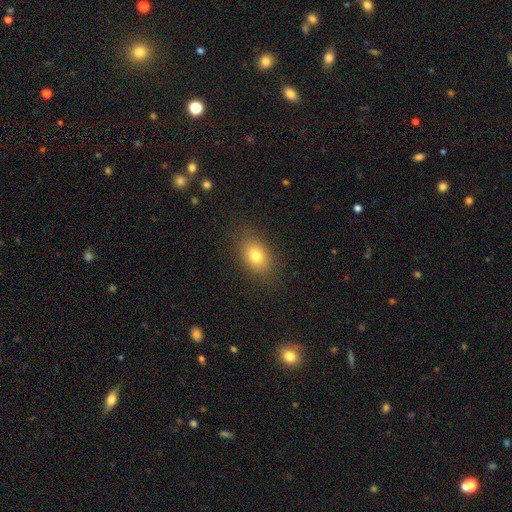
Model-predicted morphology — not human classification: This appears to be a smooth galaxy with no disk features (78%) that is in between round and cigar-shaped (77%). Merging: none (85%).